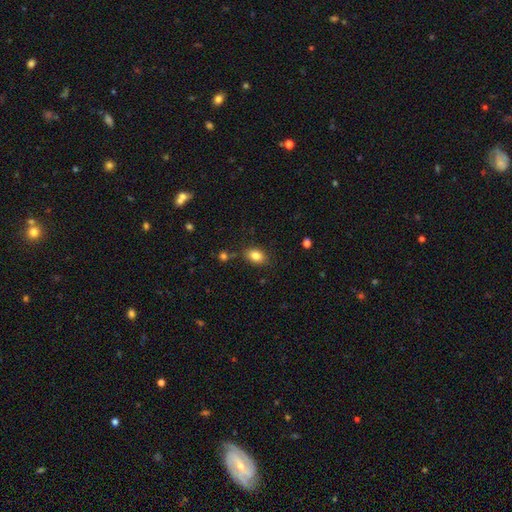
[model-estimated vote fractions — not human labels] Morphology: type=smooth (83%); roundness=in between (80%); merging=none (81%).